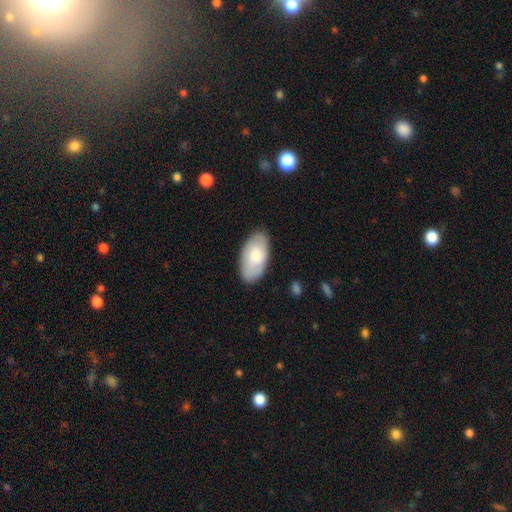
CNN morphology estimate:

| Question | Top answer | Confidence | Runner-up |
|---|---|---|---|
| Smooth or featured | smooth | 72% | featured or disk (22%) |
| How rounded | in between | 95% | cigar-shaped (2%) |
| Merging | none | 83% | minor disturbance (13%) |